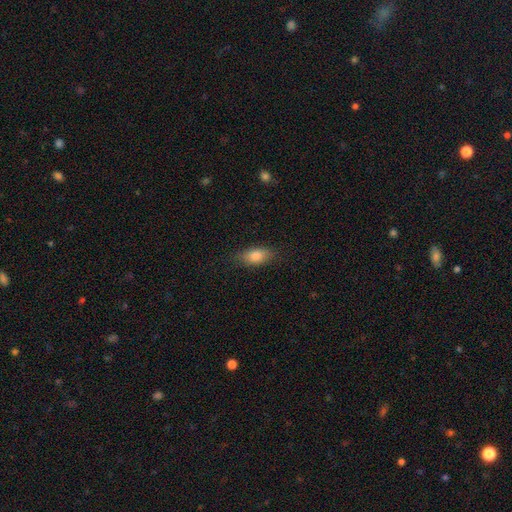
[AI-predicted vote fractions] Morphology: type=smooth (82%); roundness=in between (84%); merging=none (81%).